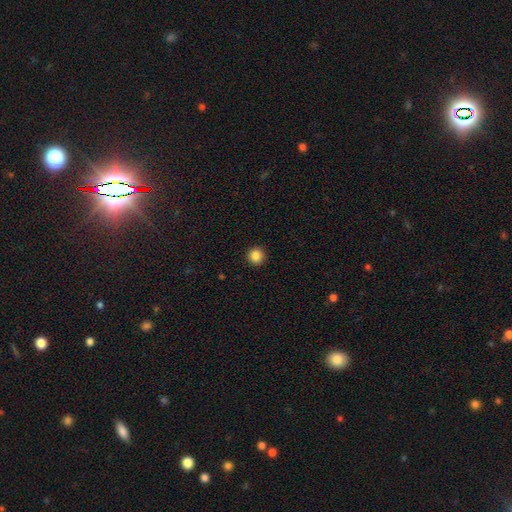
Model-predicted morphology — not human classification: Smooth or featured: smooth — 86% (star or artifact — 11%)
How rounded: round — 95% (in between — 4%)
Merging: none — 93% (minor disturbance — 5%)